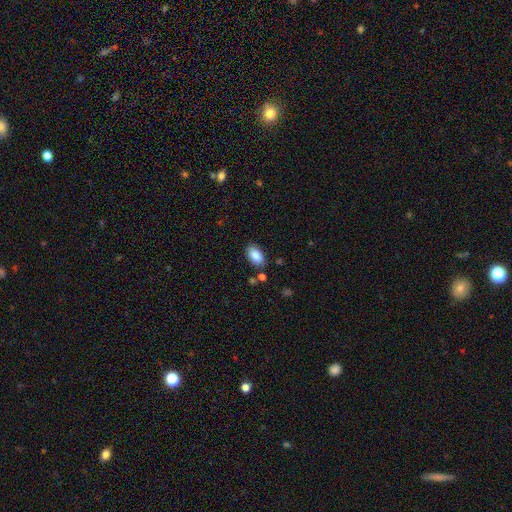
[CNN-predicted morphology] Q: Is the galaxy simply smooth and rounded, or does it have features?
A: smooth — 87%.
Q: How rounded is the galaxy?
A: in between — 93%.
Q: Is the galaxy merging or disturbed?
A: none — 81%.